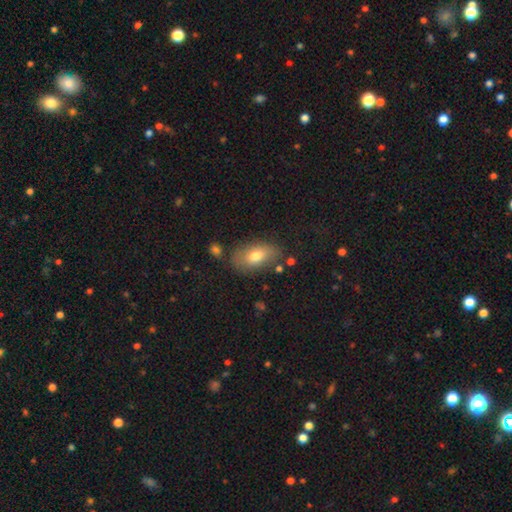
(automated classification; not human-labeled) Smooth or featured: smooth — 73% (featured or disk — 19%)
How rounded: in between — 89% (round — 7%)
Merging: none — 75% (minor disturbance — 16%)